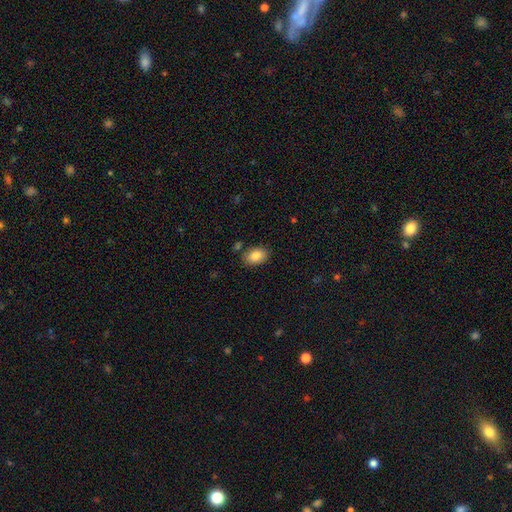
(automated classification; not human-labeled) smooth 86%, star or artifact 7%, featured or disk 7%. Down the decision tree: how rounded — in between (87%); merging — none (82%).